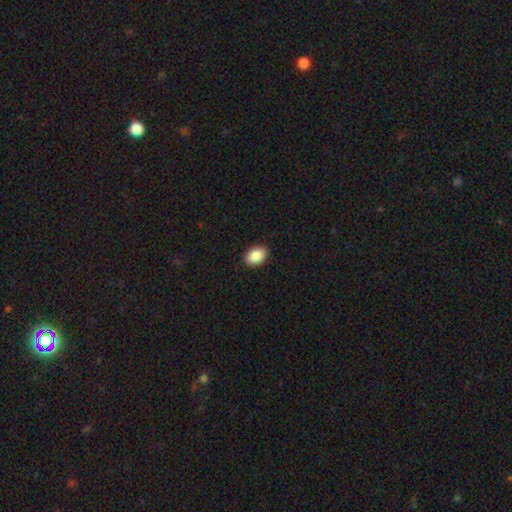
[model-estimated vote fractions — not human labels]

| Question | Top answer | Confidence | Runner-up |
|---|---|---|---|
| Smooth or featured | smooth | 88% | star or artifact (7%) |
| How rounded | in between | 83% | round (16%) |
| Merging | none | 90% | minor disturbance (7%) |